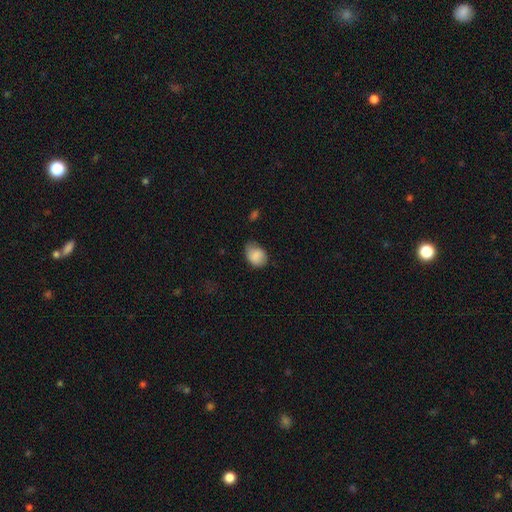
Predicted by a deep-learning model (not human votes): Morphology: type=smooth (85%); roundness=in between (68%); merging=none (53%).